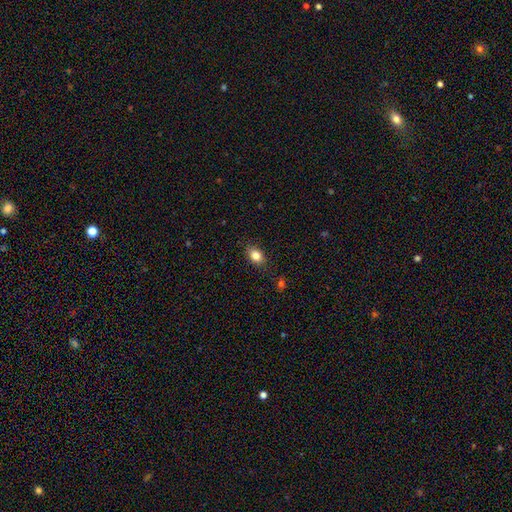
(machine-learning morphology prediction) The model was most divided on "how rounded": in between: 79%, round: 19%, cigar-shaped: 2%. More confident: merging — none (85%); smooth or featured — smooth (83%).